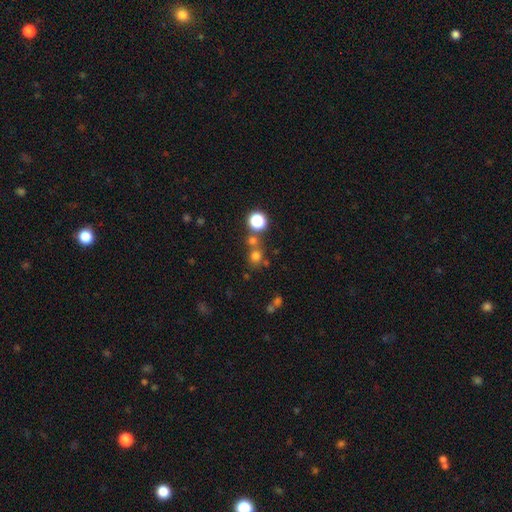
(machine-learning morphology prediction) smooth-or-featured: smooth: 69% | star or artifact: 23% | featured or disk: 8%
  how-rounded: round: 86% | in between: 13% | cigar-shaped: 1%
  merging: none: 64% | merger: 24% | minor disturbance: 8% | major disturbance: 4%